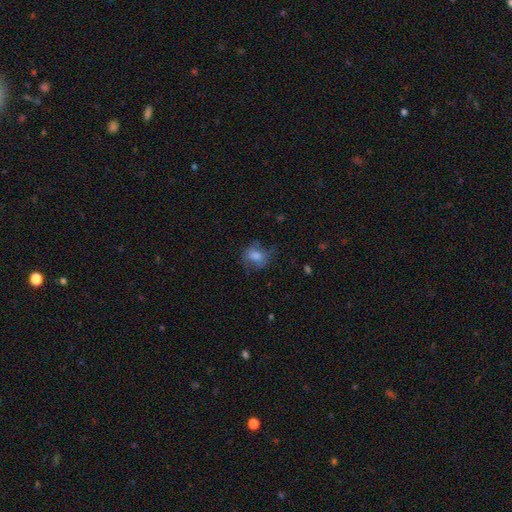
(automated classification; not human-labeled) Smooth or featured? Predicted: smooth (p=0.65). How rounded? Predicted: round (p=0.55). Merging? Predicted: none (p=0.57).